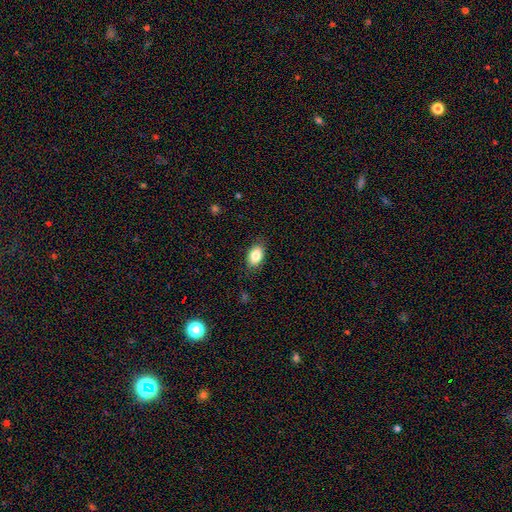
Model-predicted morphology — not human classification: Smooth or featured? smooth (83%)
How rounded? in between (87%)
Merging? none (84%)